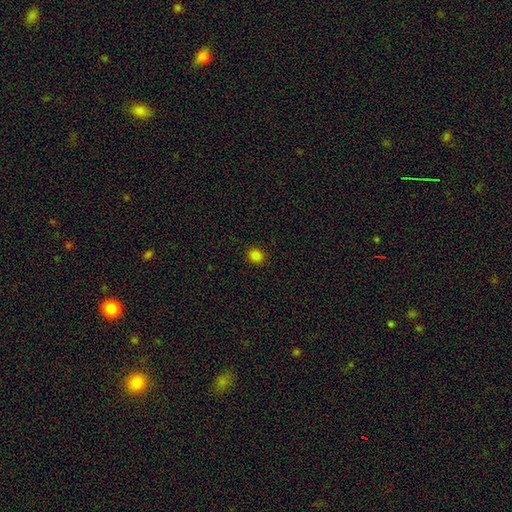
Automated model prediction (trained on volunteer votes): Smooth or featured: smooth — 83% (star or artifact — 14%)
How rounded: round — 82% (in between — 17%)
Merging: none — 92% (minor disturbance — 6%)